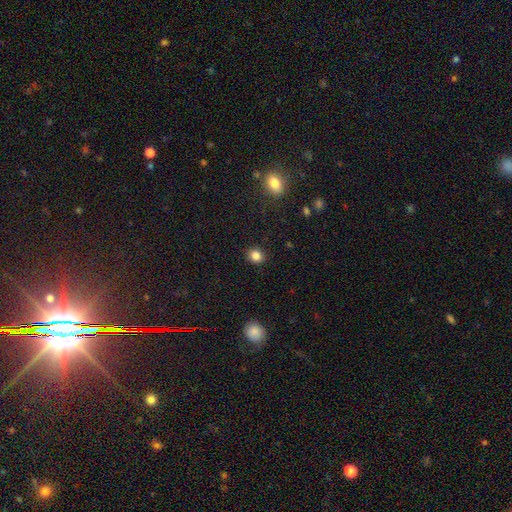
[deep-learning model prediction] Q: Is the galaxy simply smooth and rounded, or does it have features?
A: smooth — 84%.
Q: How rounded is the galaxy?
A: round — 77%.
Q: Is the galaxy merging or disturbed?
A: none — 90%.